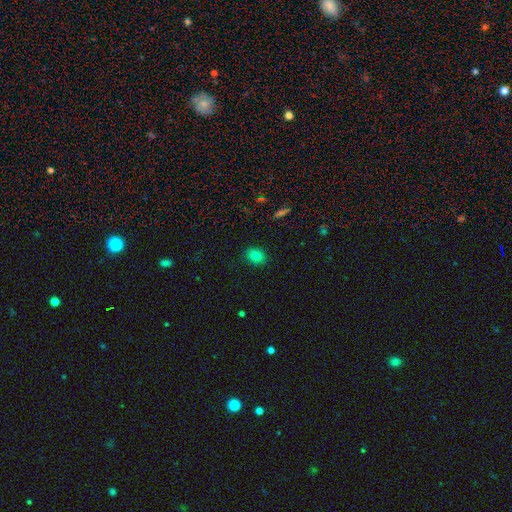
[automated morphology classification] This appears to be a smooth galaxy with no disk features (82%) that is in between round and cigar-shaped (60%). Merging: none (87%).